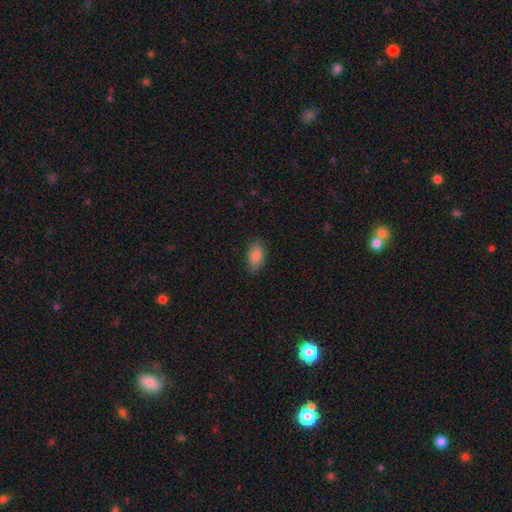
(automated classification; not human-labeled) Smooth or featured?
  - smooth: 87% *
  - star or artifact: 7%
  - featured or disk: 6%
How rounded?
  - in between: 91% *
  - round: 6%
  - cigar-shaped: 3%
Merging?
  - none: 82% *
  - minor disturbance: 14%
  - major disturbance: 3%
  - merger: 1%